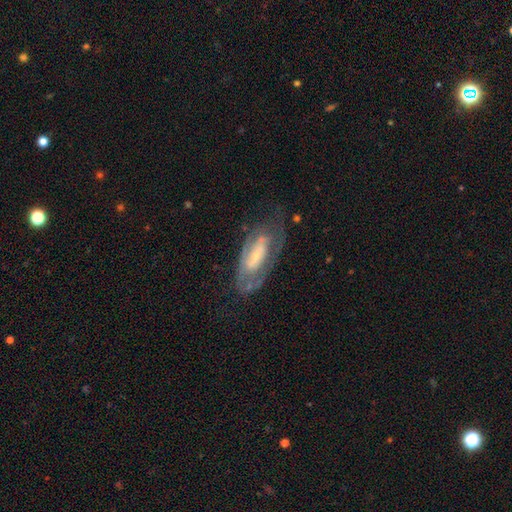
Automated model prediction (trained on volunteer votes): This appears to be a featured or disk galaxy (72%) with no bar (53%), spiral arms (70%) and a small central bulge (67%). Merging: none (52%).